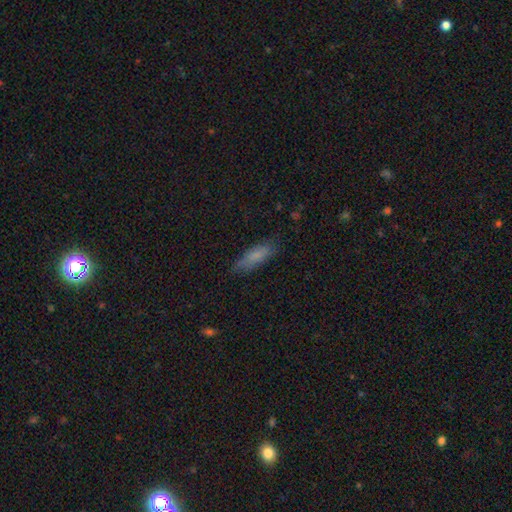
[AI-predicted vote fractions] Smooth or featured? smooth (77%)
How rounded? in between (51%)
Merging? none (75%)